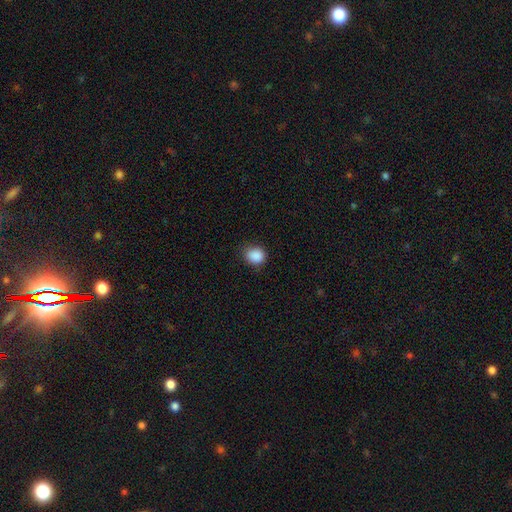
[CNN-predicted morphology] A smooth galaxy with no disk features (88%) that is round (67%).

Vote fractions:
- Smooth or featured? smooth: 88% / star or artifact: 9% / featured or disk: 3%
- How rounded? round: 67% / in between: 32% / cigar-shaped: 1%
- Merging? none: 80% / minor disturbance: 16% / major disturbance: 3% / merger: 1%